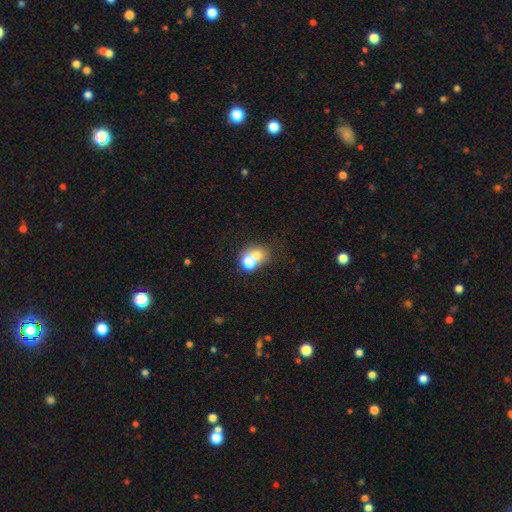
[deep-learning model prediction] Overall: smooth (67%). How rounded: round (65%; in between 34%). Merging: merger (55%; none 33%).